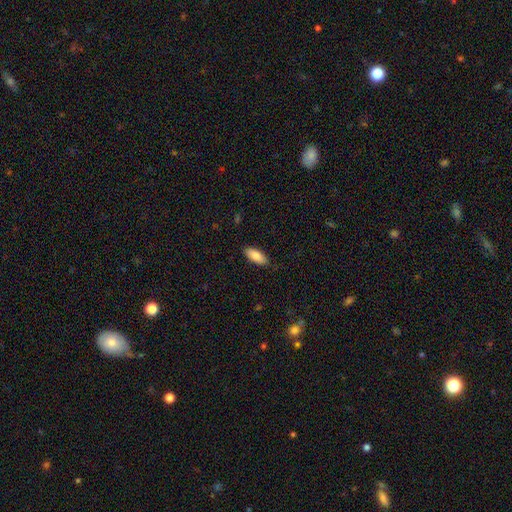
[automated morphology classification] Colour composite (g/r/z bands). It shows a smooth galaxy with no disk features (87%) that is in between round and cigar-shaped (82%). Merging: none (86%).